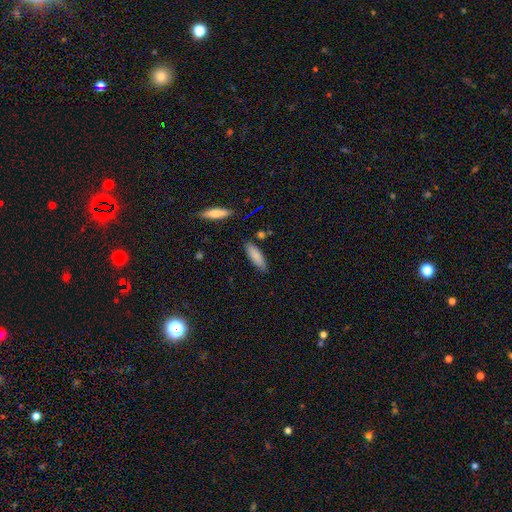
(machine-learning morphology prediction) Smooth or featured?
  - smooth: 84% *
  - featured or disk: 9%
  - star or artifact: 7%
How rounded?
  - cigar-shaped: 50% *
  - in between: 49%
  - round: 2%
Merging?
  - none: 82% *
  - minor disturbance: 12%
  - merger: 3%
  - major disturbance: 2%